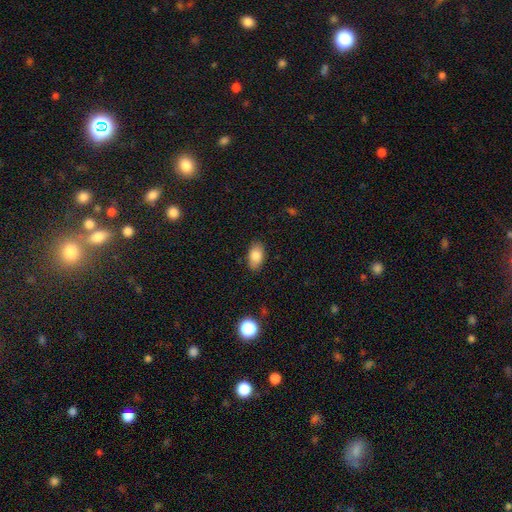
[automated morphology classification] type=smooth (84%); roundness=in between (91%); merging=none (85%).